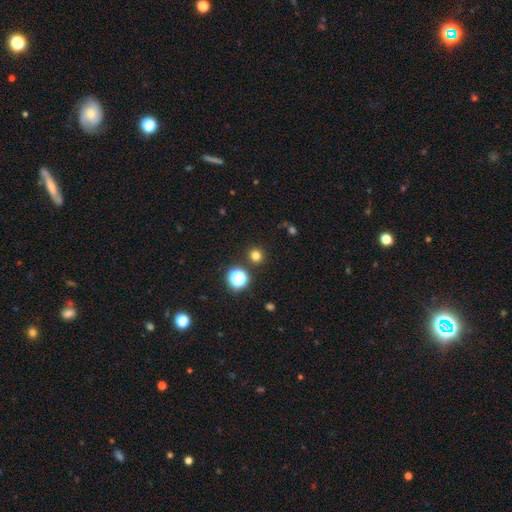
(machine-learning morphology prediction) This appears to be a smooth galaxy with no disk features (77%) that is round (93%). Merging: none (90%).